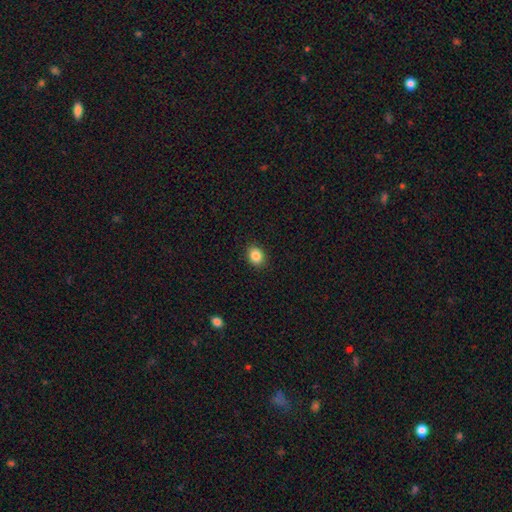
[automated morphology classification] This appears to be a smooth galaxy with no disk features (86%) that is round (53%). Merging: none (90%).